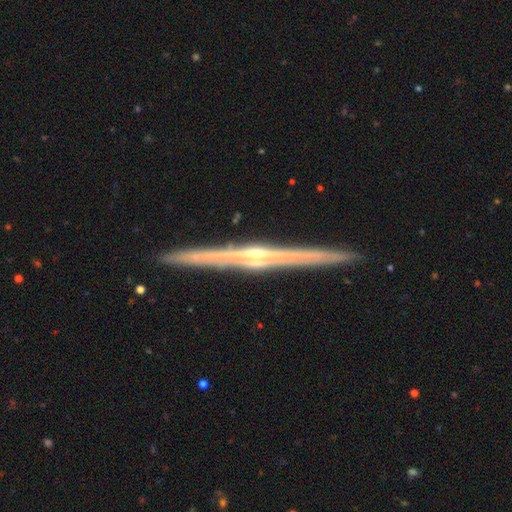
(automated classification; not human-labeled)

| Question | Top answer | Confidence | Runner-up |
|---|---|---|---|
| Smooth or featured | featured or disk | 88% | smooth (7%) |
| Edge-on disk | yes | 99% | no (1%) |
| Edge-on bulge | rounded | 79% | none (13%) |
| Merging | none | 93% | minor disturbance (5%) |